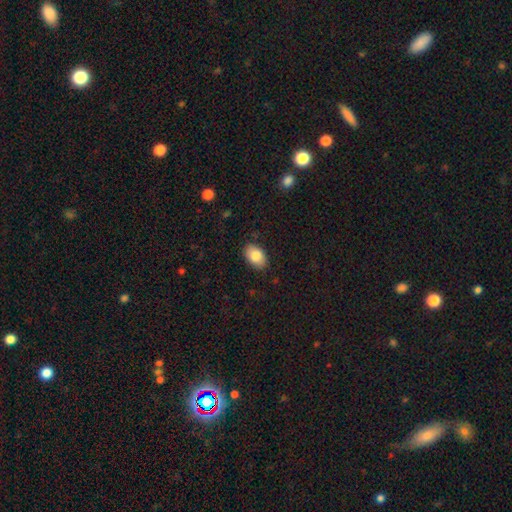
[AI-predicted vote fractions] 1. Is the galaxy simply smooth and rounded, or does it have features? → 83% smooth, 10% featured or disk, 7% star or artifact.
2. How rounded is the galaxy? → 91% in between, 8% round, 1% cigar-shaped.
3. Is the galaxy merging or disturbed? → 86% none, 10% minor disturbance, 2% major disturbance, 1% merger.